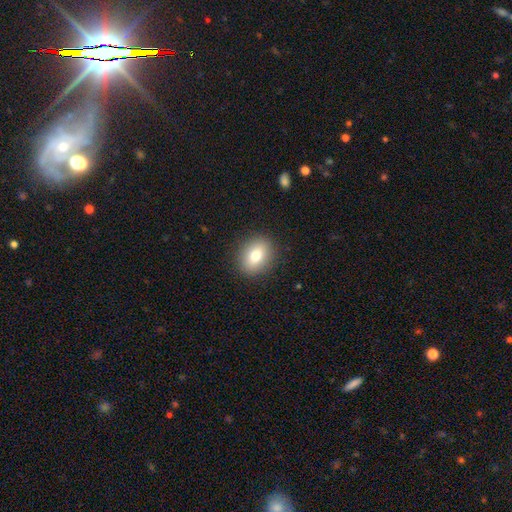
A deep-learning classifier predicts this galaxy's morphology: Overall: smooth (78%). How rounded: in between (56%; round 43%). Merging: none (89%).